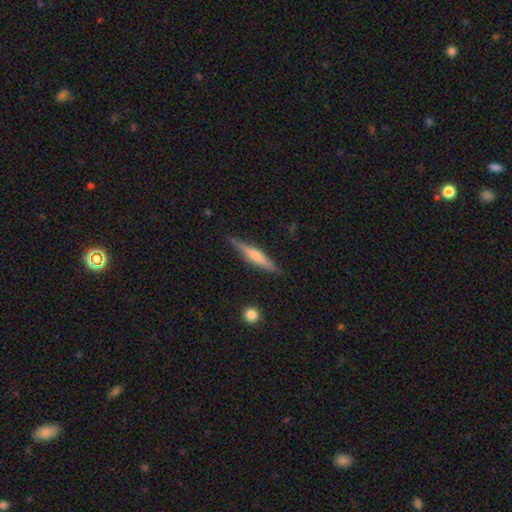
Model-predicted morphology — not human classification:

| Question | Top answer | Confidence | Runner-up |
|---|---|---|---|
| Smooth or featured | featured or disk | 54% | smooth (40%) |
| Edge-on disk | yes | 96% | no (4%) |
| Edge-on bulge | rounded | 52% | none (27%) |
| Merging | none | 86% | minor disturbance (10%) |